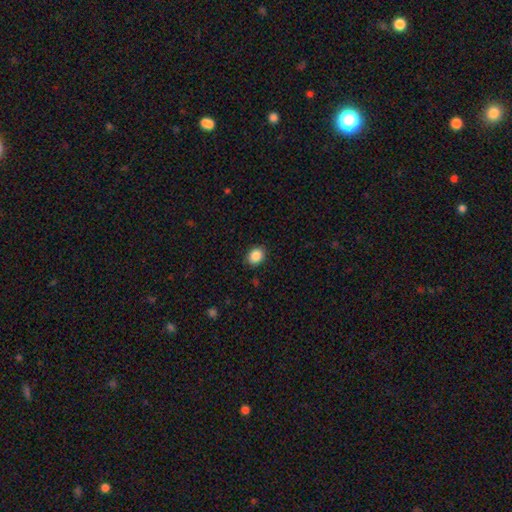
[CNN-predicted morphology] smooth_or_featured: smooth (p=0.88) [alt: star or artifact p=0.09]
how_rounded: round (p=0.50) [alt: in between p=0.49]
merging: none (p=0.88) [alt: minor disturbance p=0.09]